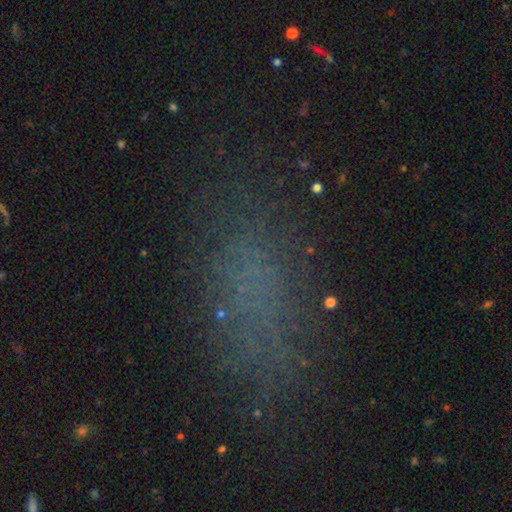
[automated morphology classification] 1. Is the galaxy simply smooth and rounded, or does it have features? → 45% smooth, 34% star or artifact, 21% featured or disk.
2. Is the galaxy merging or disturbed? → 68% none, 17% minor disturbance, 13% major disturbance, 3% merger.